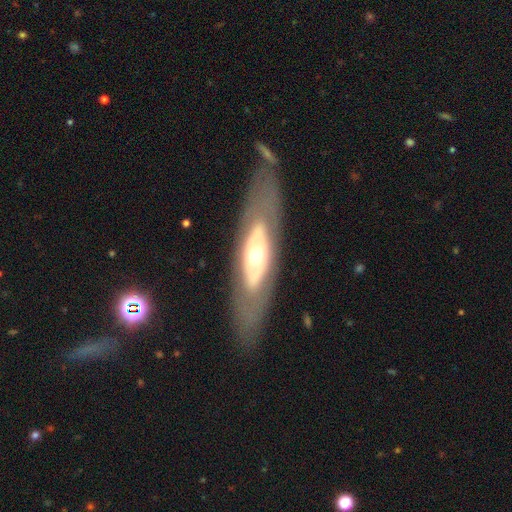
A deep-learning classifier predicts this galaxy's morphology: This is likely a featured or disk galaxy (65%). It is likely not viewed edge-on (72%). Merging: likely none (78%).